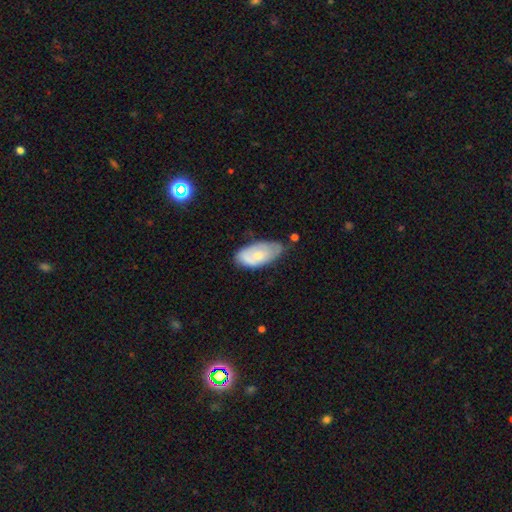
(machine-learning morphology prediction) Q: Smooth or featured?
A: smooth (56%); runner-up: featured or disk (38%)
Q: How rounded?
A: in between (93%); runner-up: cigar-shaped (4%)
Q: Merging?
A: none (45%); runner-up: minor disturbance (40%)